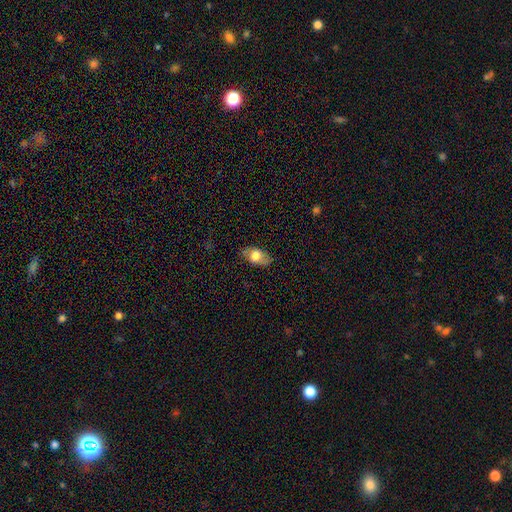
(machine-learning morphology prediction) This is likely a smooth galaxy (69%). How rounded: clearly in between (90%). Merging: clearly none (80%).